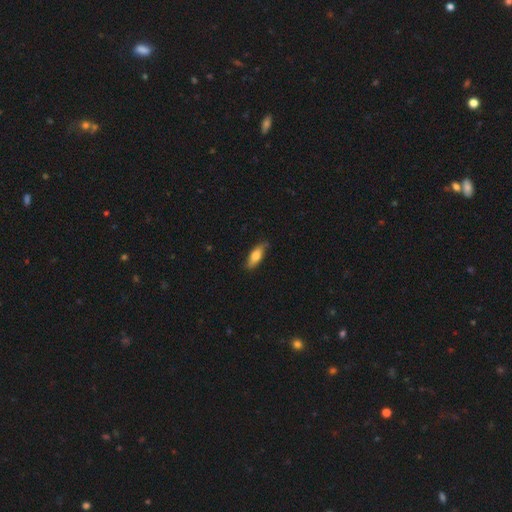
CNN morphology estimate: smooth 71%, featured or disk 23%, star or artifact 6%. Down the decision tree: how rounded — in between (64%); merging — none (80%).